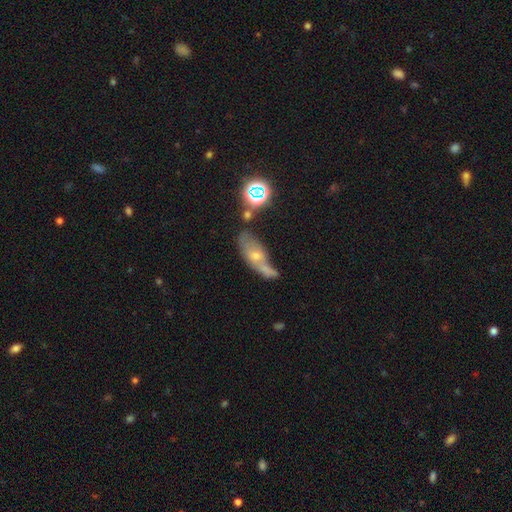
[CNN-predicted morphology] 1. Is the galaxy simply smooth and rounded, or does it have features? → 42% smooth, 41% featured or disk, 18% star or artifact.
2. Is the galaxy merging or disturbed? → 34% merger, 29% none, 21% minor disturbance, 16% major disturbance.